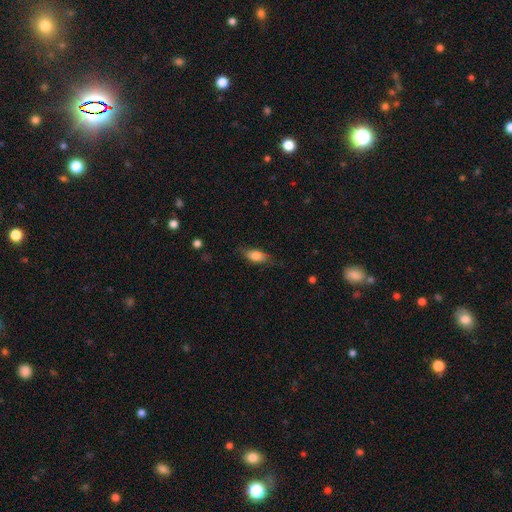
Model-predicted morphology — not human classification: Q: Smooth or featured?
A: smooth (75%); runner-up: featured or disk (17%)
Q: How rounded?
A: in between (80%); runner-up: cigar-shaped (16%)
Q: Merging?
A: none (68%); runner-up: minor disturbance (24%)